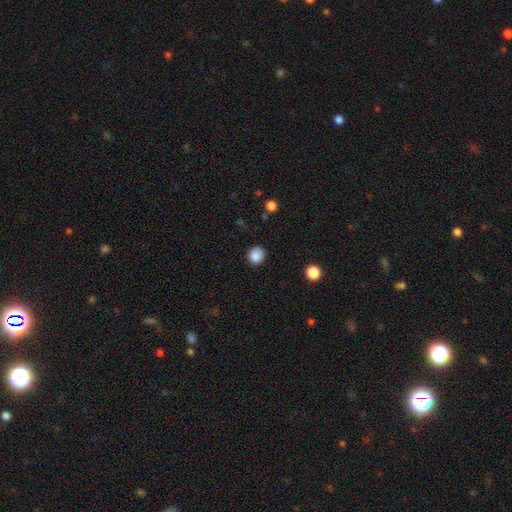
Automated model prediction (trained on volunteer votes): Smooth or featured: smooth — 86% (star or artifact — 10%)
How rounded: round — 82% (in between — 17%)
Merging: none — 83% (minor disturbance — 12%)